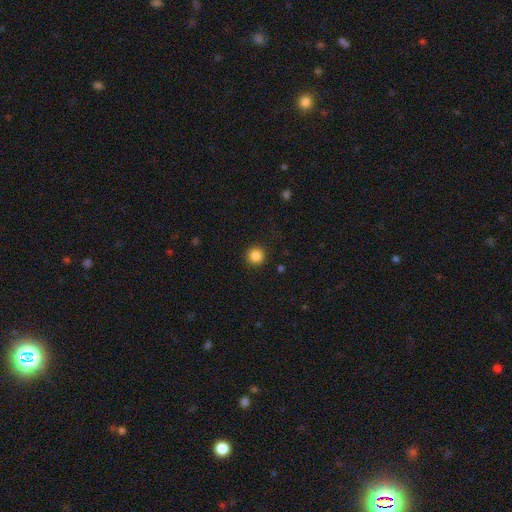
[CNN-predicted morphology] Smooth or featured? smooth (86%)
How rounded? round (96%)
Merging? none (92%)